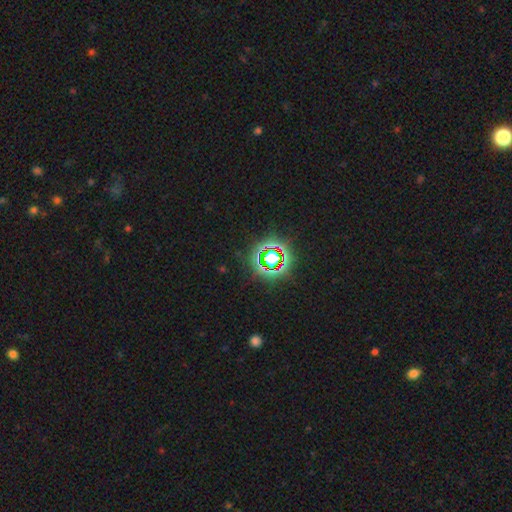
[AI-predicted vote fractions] smooth_or_featured: star or artifact (p=0.77) [alt: smooth p=0.14]